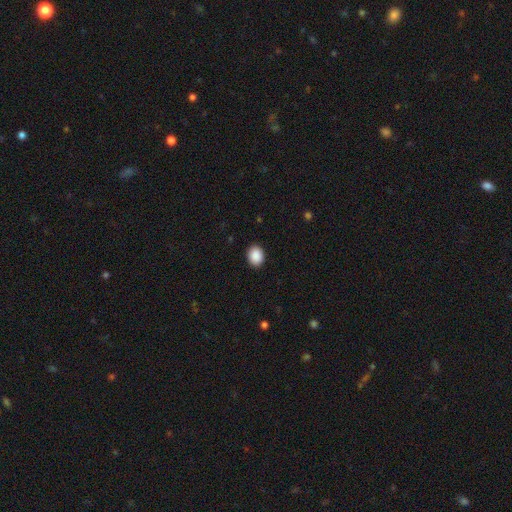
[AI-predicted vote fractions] Smooth or featured? Predicted: smooth (p=0.90). How rounded? Predicted: in between (p=0.57). Merging? Predicted: none (p=0.91).